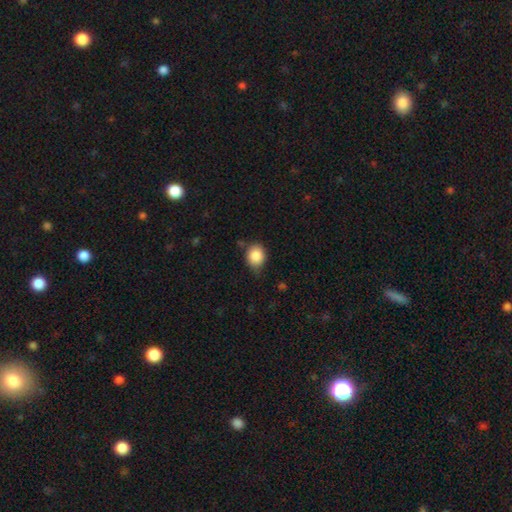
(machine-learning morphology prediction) Smooth or featured?
  - smooth: 85% *
  - star or artifact: 9%
  - featured or disk: 6%
How rounded?
  - round: 64% *
  - in between: 35%
  - cigar-shaped: 1%
Merging?
  - none: 61% *
  - minor disturbance: 30%
  - major disturbance: 6%
  - merger: 4%